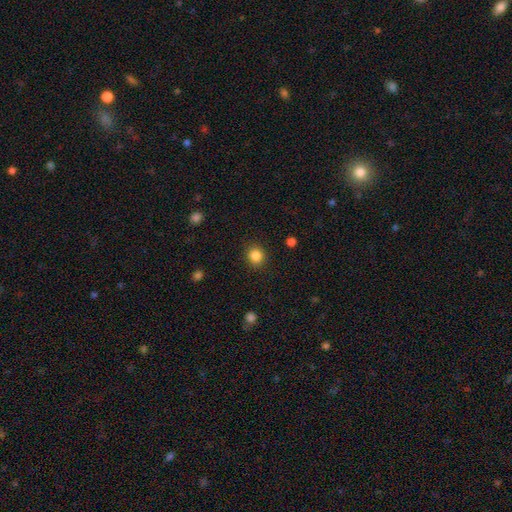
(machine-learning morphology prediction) Smooth or featured? Predicted: smooth (p=0.85). How rounded? Predicted: round (p=0.88). Merging? Predicted: none (p=0.90).